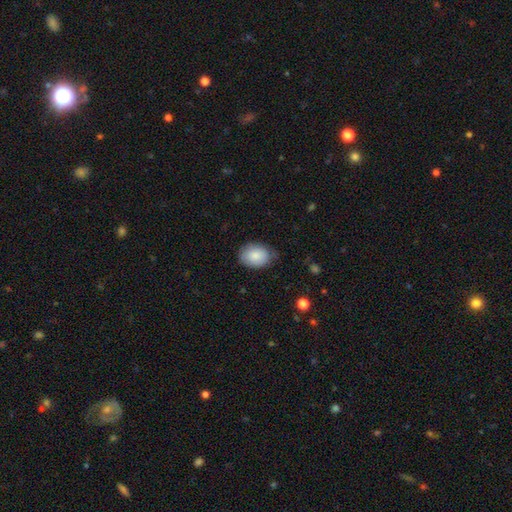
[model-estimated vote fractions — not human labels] A smooth galaxy with no disk features (86%) that is in between round and cigar-shaped (73%).

Vote fractions:
- Smooth or featured? smooth: 86% / featured or disk: 7% / star or artifact: 6%
- How rounded? in between: 73% / round: 26% / cigar-shaped: 1%
- Merging? none: 70% / minor disturbance: 24% / major disturbance: 5% / merger: 1%